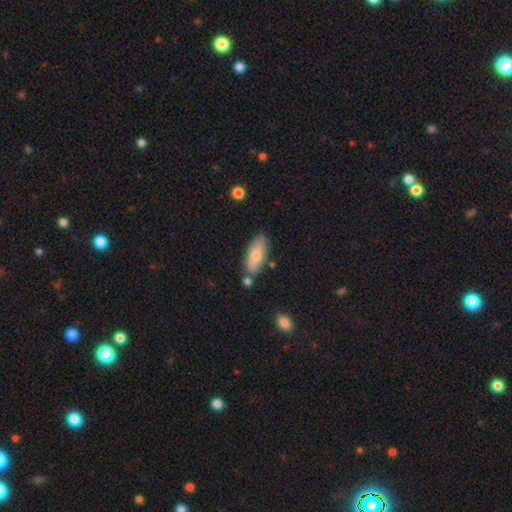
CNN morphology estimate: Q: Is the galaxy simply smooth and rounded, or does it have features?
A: smooth — 74%.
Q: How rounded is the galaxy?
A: in between — 84%.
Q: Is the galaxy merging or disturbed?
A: none — 72%.